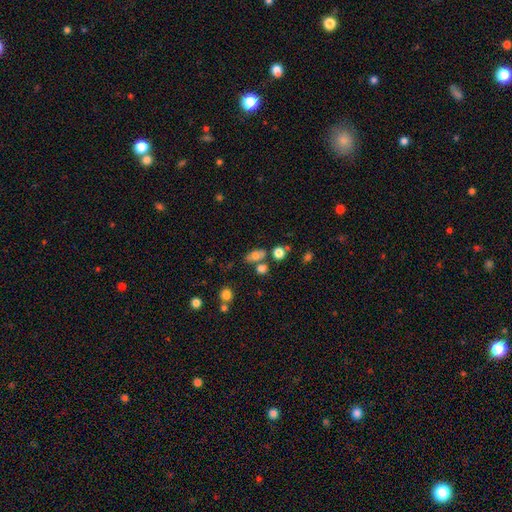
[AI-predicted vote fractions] Overall: smooth (69%). How rounded: in between (77%). Merging: none (55%; merger 23%).